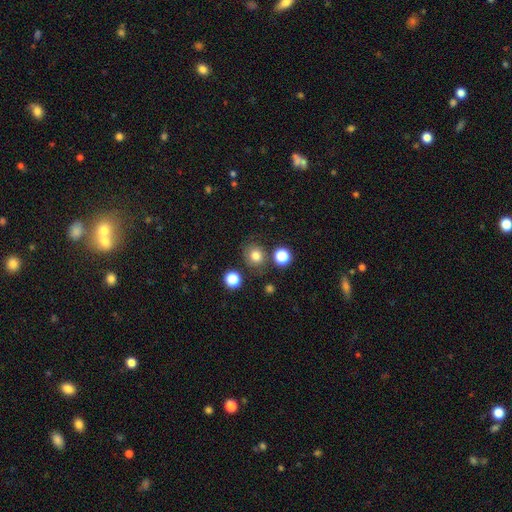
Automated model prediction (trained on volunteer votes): This appears to be a smooth galaxy with no disk features (79%) that is round (83%). Merging: none (79%).